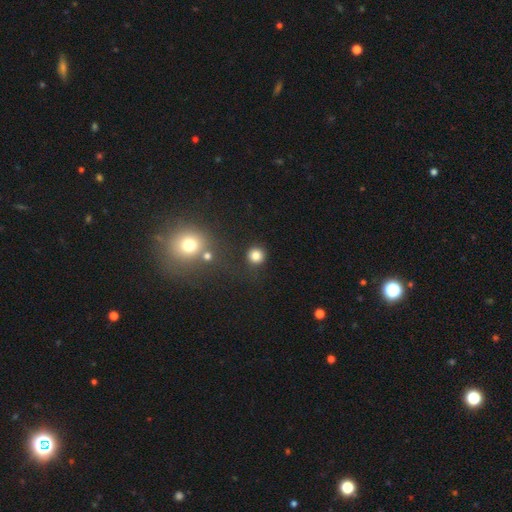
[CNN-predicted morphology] Smooth or featured? smooth (82%)
How rounded? round (94%)
Merging? none (86%)